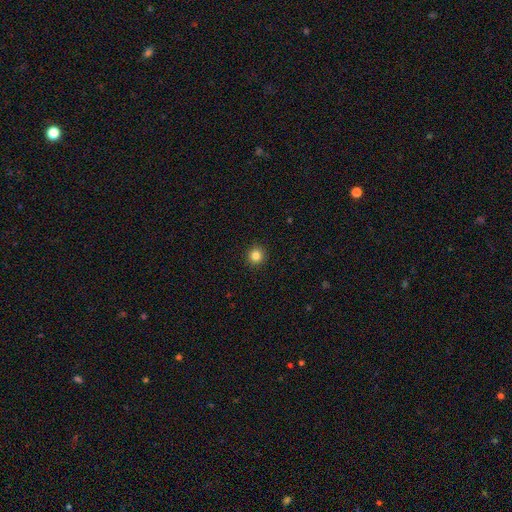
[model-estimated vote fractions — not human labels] A smooth galaxy with no disk features (84%) that is round (94%). Merging: none (93%).